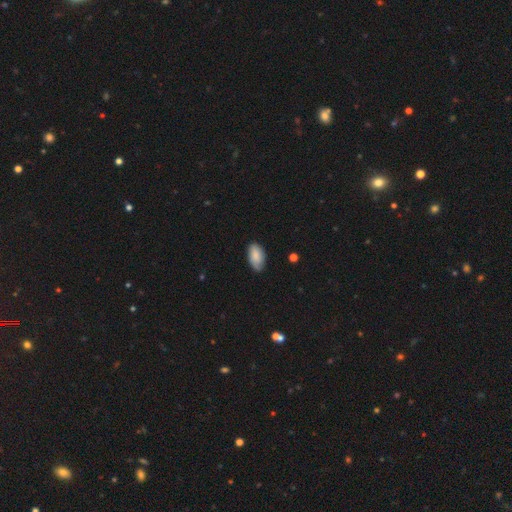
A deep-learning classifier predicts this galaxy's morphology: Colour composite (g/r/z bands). It shows a smooth galaxy with no disk features (82%) that is in between round and cigar-shaped (94%). Merging: none (71%).